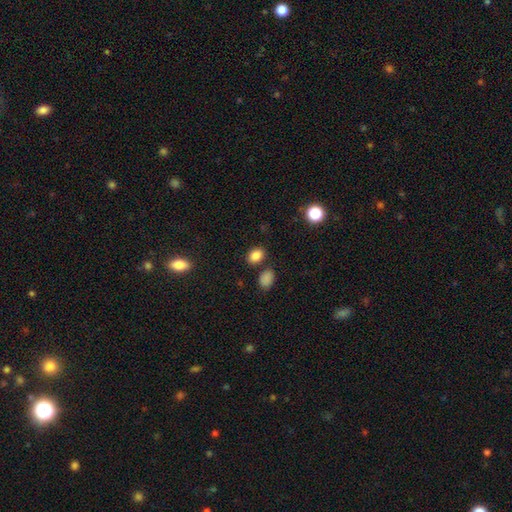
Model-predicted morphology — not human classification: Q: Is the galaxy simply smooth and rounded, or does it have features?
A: smooth — 85%.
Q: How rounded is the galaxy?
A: in between — 73%.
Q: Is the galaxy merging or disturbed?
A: none — 78%.